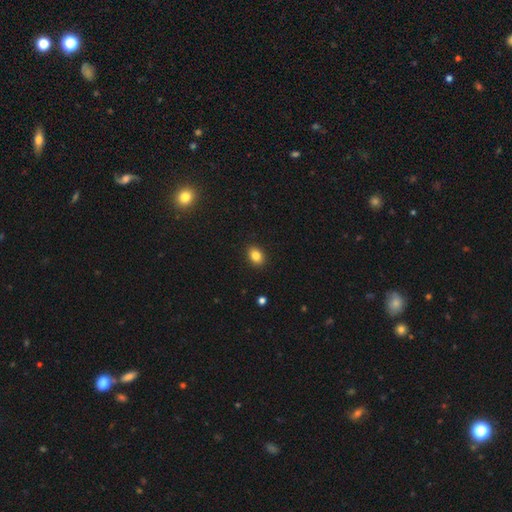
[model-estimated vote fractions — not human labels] Overall: smooth (84%). How rounded: in between (68%; round 31%). Merging: none (90%).